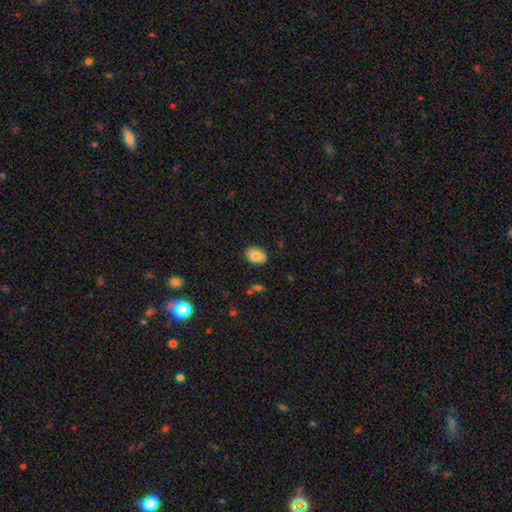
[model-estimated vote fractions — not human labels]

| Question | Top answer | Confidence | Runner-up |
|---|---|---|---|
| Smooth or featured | smooth | 82% | featured or disk (10%) |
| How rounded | in between | 83% | round (16%) |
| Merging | none | 85% | minor disturbance (12%) |